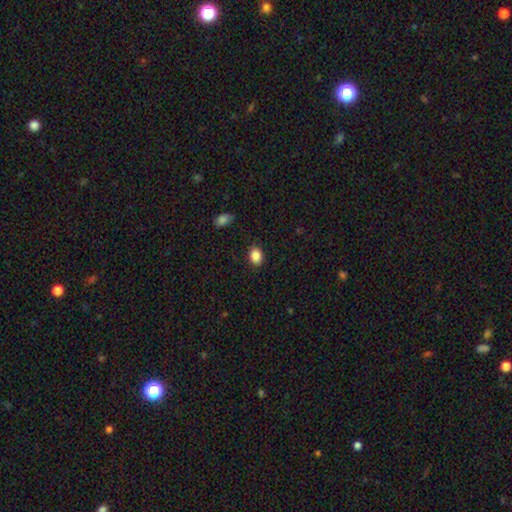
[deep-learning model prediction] The model was most divided on "how rounded": in between: 66%, round: 33%, cigar-shaped: 1%. More confident: merging — none (87%); smooth or featured — smooth (87%).